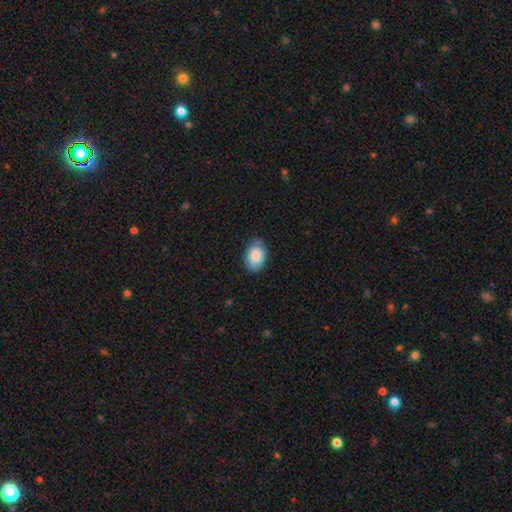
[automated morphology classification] Smooth or featured? smooth (84%)
How rounded? in between (87%)
Merging? none (77%)